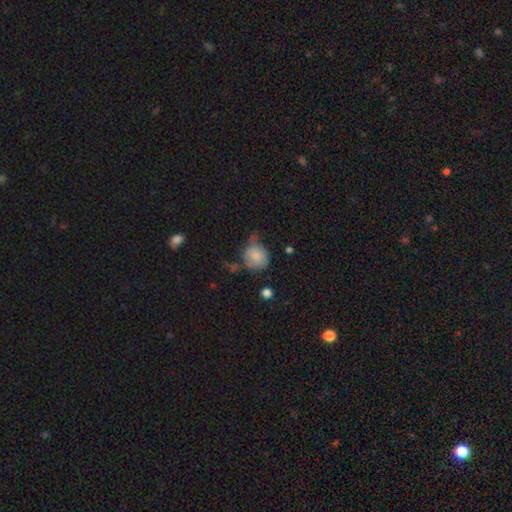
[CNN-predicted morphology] This is likely a smooth galaxy (76%). How rounded: likely round (67%). Merging: marginally minor disturbance (40%).